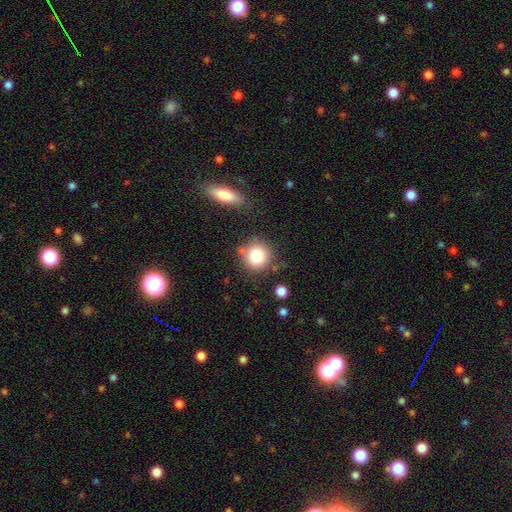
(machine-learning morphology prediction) Smooth or featured? Predicted: smooth (p=0.85). How rounded? Predicted: round (p=0.88). Merging? Predicted: none (p=0.74).